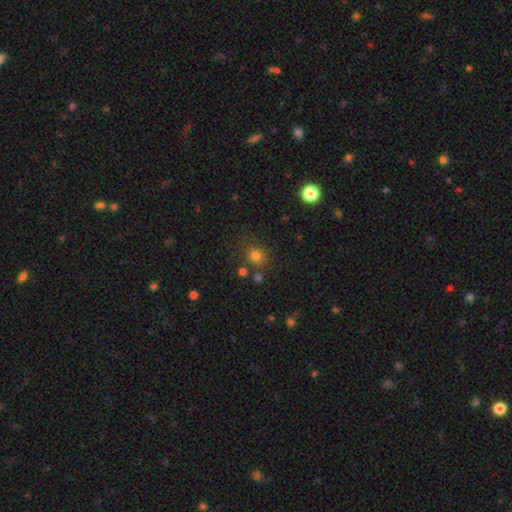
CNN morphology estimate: Overall: smooth (76%). How rounded: round (74%). Merging: none (72%).